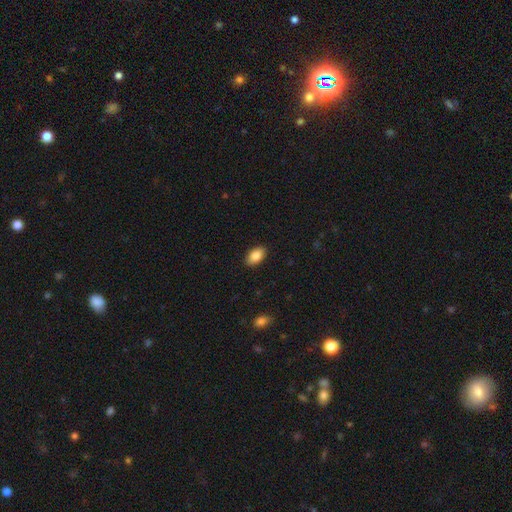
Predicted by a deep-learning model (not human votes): A smooth galaxy with no disk features (86%) that is in between round and cigar-shaped (92%).

Vote fractions:
- Smooth or featured? smooth: 86% / star or artifact: 7% / featured or disk: 7%
- How rounded? in between: 92% / round: 6% / cigar-shaped: 2%
- Merging? none: 89% / minor disturbance: 8% / major disturbance: 2% / merger: 1%